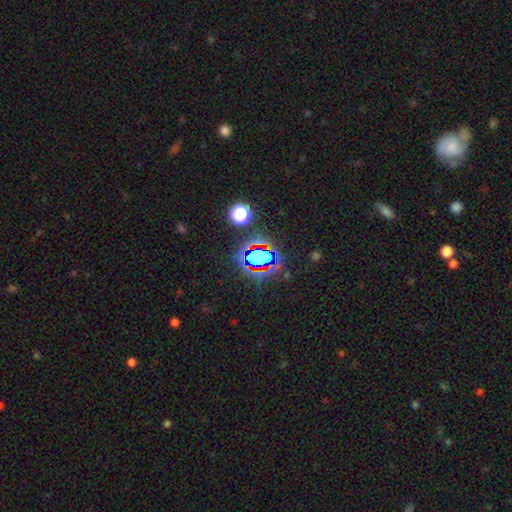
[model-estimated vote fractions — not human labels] star or artifact 69%, smooth 21%, featured or disk 10%.